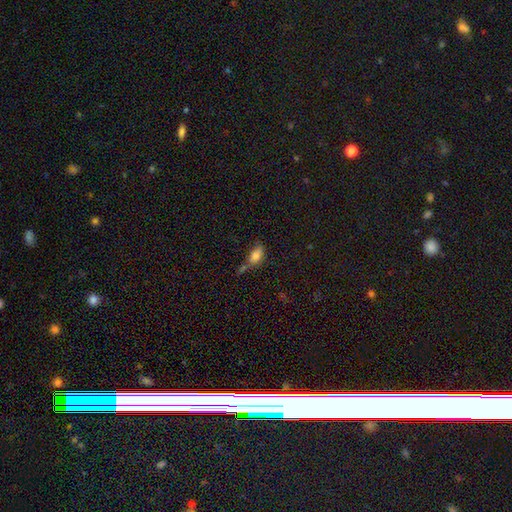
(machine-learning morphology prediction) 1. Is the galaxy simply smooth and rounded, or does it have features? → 80% smooth, 11% featured or disk, 9% star or artifact.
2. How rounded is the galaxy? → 89% in between, 6% cigar-shaped, 5% round.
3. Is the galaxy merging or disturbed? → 45% none, 28% merger, 20% minor disturbance, 8% major disturbance.